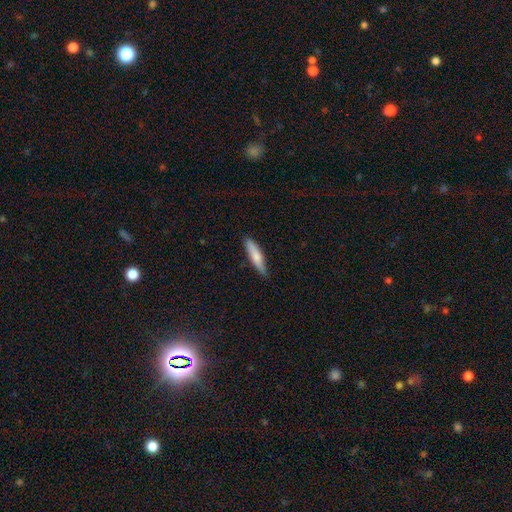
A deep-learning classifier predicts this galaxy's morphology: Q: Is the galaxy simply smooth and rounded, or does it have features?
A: smooth — 74%.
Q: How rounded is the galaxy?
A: cigar-shaped — 78%.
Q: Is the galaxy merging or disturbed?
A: none — 80%.